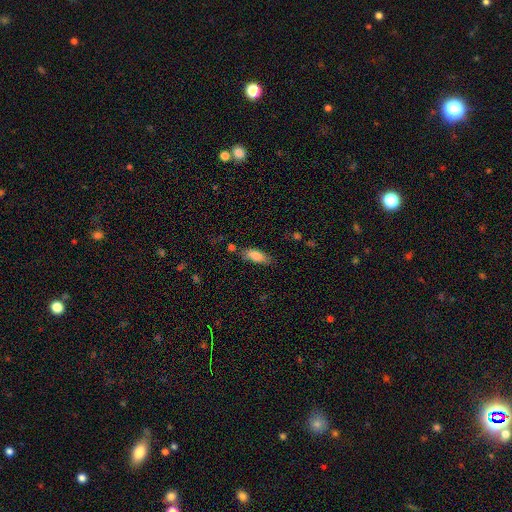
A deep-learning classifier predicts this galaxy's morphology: Smooth or featured? smooth (83%)
How rounded? in between (73%)
Merging? none (65%)